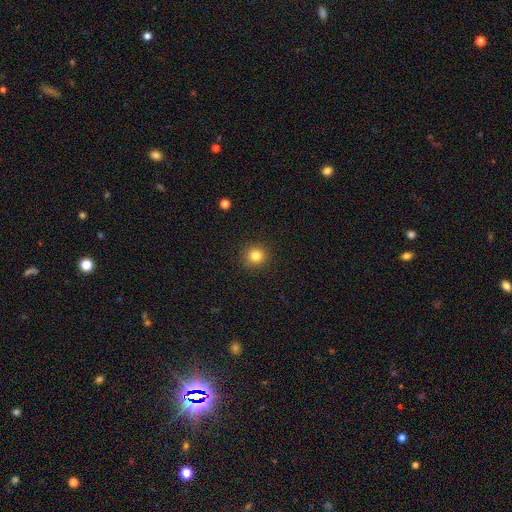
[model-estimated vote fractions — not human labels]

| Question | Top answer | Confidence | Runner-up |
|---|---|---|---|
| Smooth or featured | smooth | 82% | star or artifact (12%) |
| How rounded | round | 93% | in between (6%) |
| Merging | none | 91% | minor disturbance (6%) |